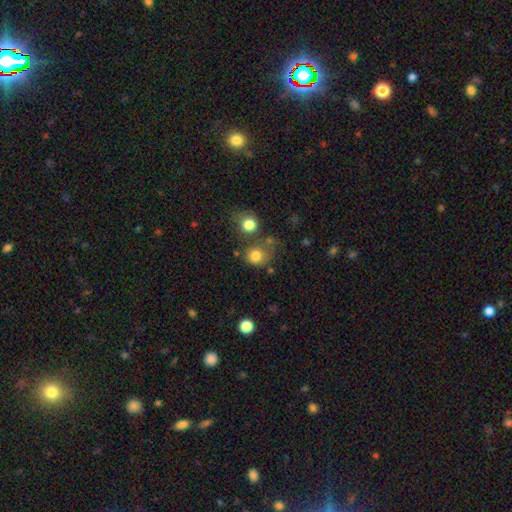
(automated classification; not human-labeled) This is likely a smooth galaxy (80%). How rounded: likely round (79%). Merging: possibly none (55%).